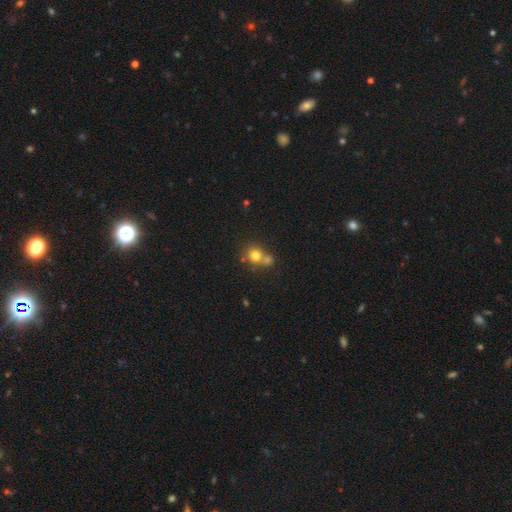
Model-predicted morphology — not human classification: A smooth galaxy with no disk features (76%) that is round (82%). Merging: none (44%, tied with merger).